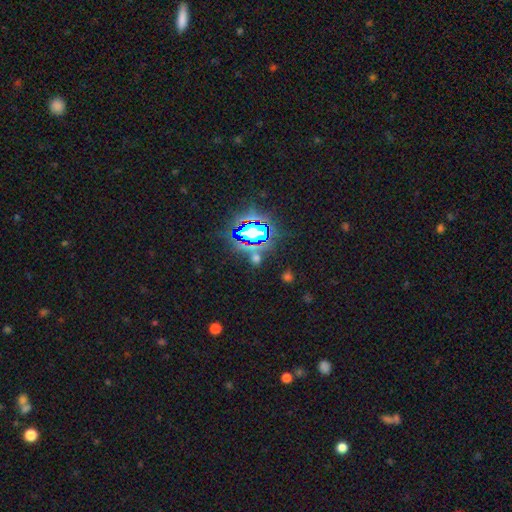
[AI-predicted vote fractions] Smooth or featured?
  - star or artifact: 72% *
  - smooth: 19%
  - featured or disk: 9%